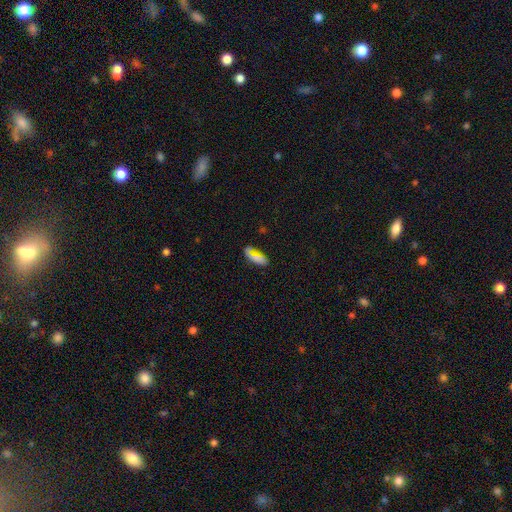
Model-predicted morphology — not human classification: smooth-or-featured: smooth: 54% | featured or disk: 35% | star or artifact: 11%
  how-rounded: in between: 81% | cigar-shaped: 16% | round: 3%
  merging: none: 58% | minor disturbance: 24% | major disturbance: 13% | merger: 5%